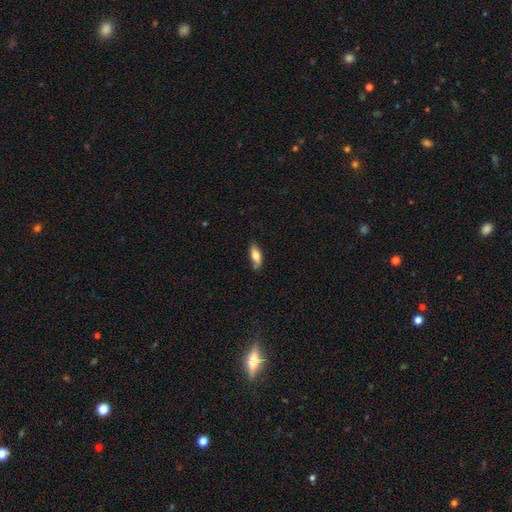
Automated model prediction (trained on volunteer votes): Overall: smooth (76%). How rounded: in between (76%). Merging: none (69%).